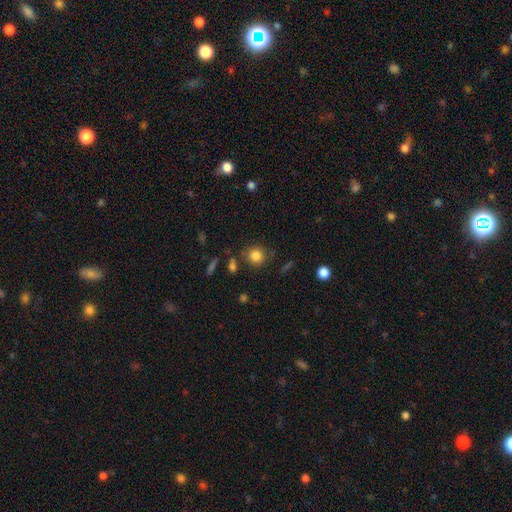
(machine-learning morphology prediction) This appears to be a smooth galaxy with no disk features (82%) that is round (88%). Merging: none (83%).